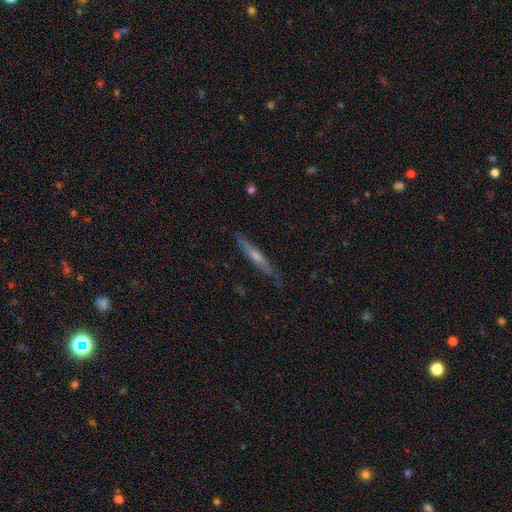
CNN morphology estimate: Smooth or featured? featured or disk (54%)
Edge-on disk? yes (89%)
Merging? none (78%)